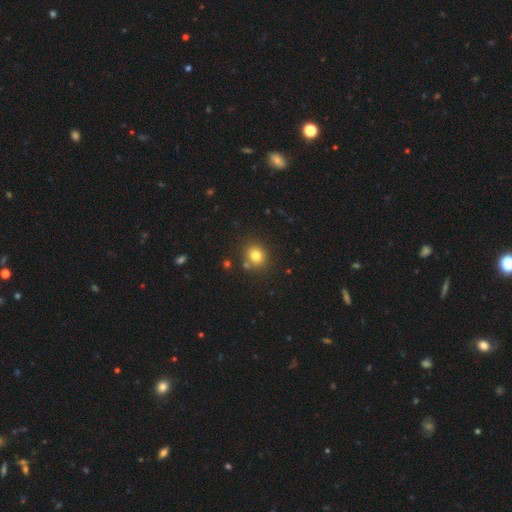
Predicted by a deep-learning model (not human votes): smooth-or-featured: smooth: 79% | star or artifact: 13% | featured or disk: 8%
  how-rounded: round: 77% | in between: 22% | cigar-shaped: 1%
  merging: none: 80% | minor disturbance: 9% | merger: 8% | major disturbance: 3%